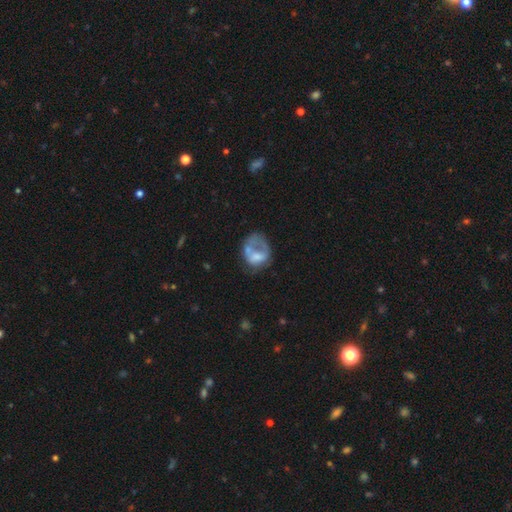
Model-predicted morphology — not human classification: Smooth or featured: smooth — 46% (featured or disk — 45%)
Merging: major disturbance — 41% (none — 27%)